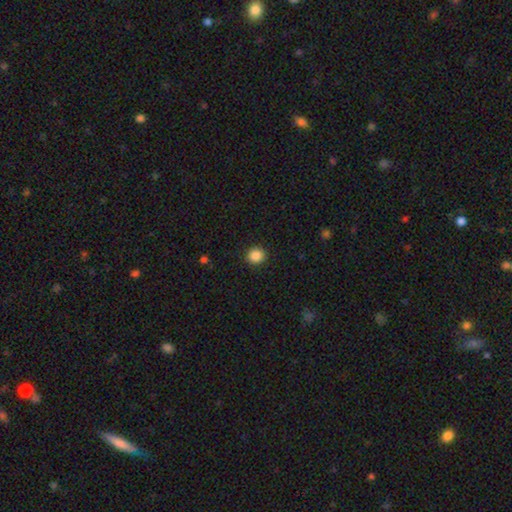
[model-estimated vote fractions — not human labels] This appears to be a smooth galaxy with no disk features (87%) that is round (89%). Merging: none (92%).